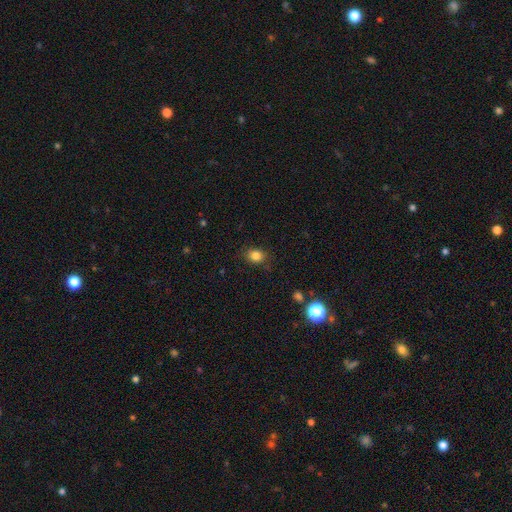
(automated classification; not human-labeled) Smooth or featured?
  - smooth: 84% *
  - star or artifact: 11%
  - featured or disk: 5%
How rounded?
  - round: 56% *
  - in between: 43%
  - cigar-shaped: 1%
Merging?
  - none: 83% *
  - minor disturbance: 13%
  - major disturbance: 3%
  - merger: 1%